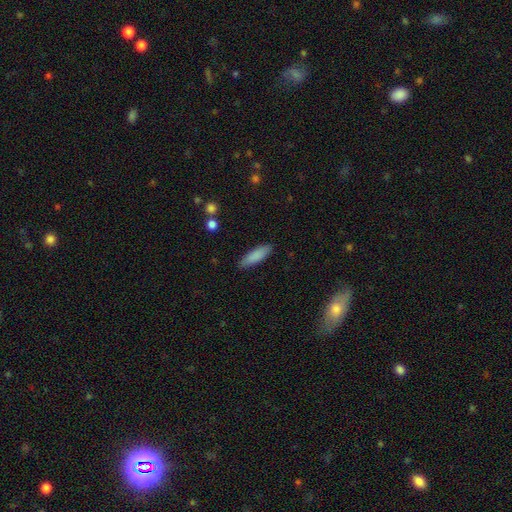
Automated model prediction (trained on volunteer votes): Overall: smooth (86%). How rounded: cigar-shaped (60%; in between 39%). Merging: none (87%).